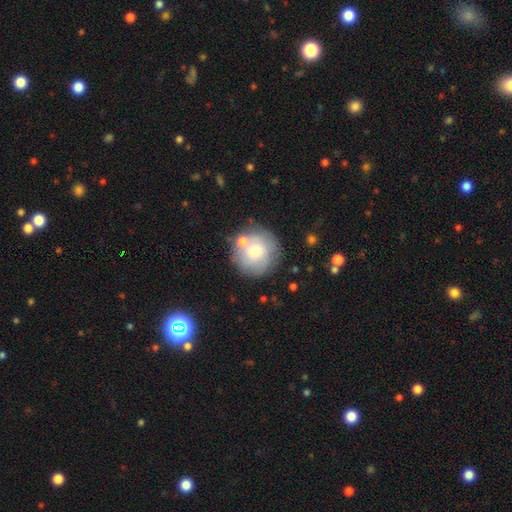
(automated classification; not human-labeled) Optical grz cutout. It shows a smooth galaxy with no disk features (67%) that is round (91%). Merging: none (64%).